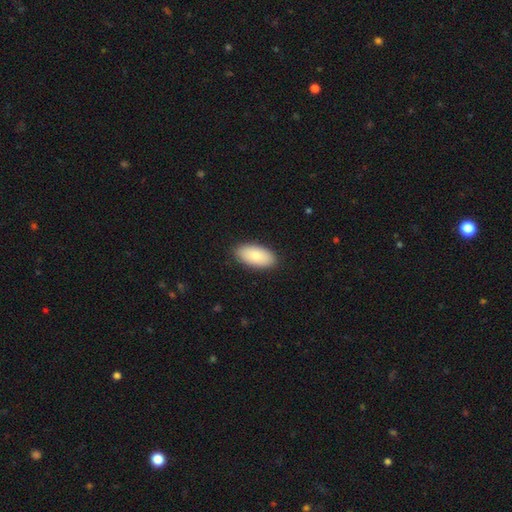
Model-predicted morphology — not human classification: Overall: smooth (83%). How rounded: in between (94%). Merging: none (89%).